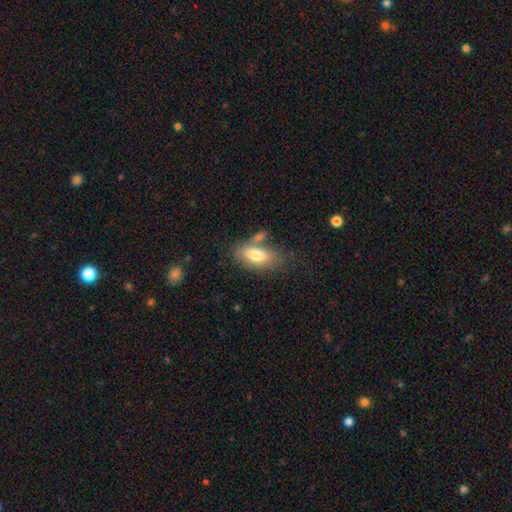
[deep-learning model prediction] Smooth or featured? smooth (74%)
How rounded? in between (86%)
Merging? none (55%)